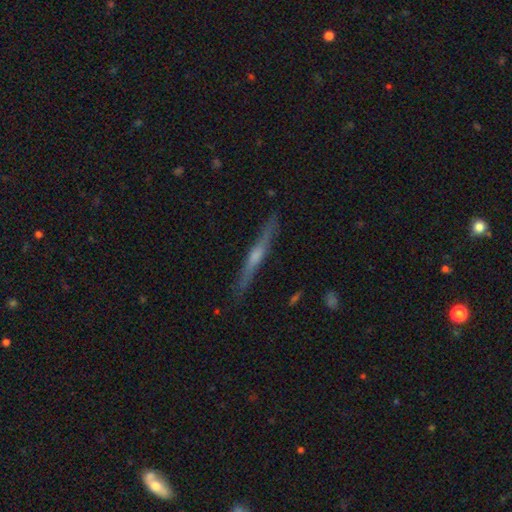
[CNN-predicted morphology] Smooth or featured?
  - featured or disk: 76% *
  - smooth: 18%
  - star or artifact: 6%
Edge-on disk?
  - yes: 98% *
  - no: 2%
Edge-on bulge?
  - rounded: 78% *
  - none: 15%
  - boxy: 7%
Merging?
  - none: 89% *
  - minor disturbance: 8%
  - major disturbance: 1%
  - merger: 1%